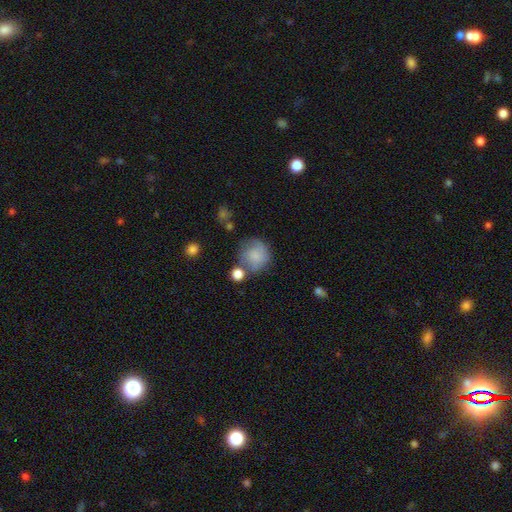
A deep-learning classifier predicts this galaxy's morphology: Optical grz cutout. It shows a smooth galaxy with no disk features (75%) that is round (85%). Merging: none (53%).